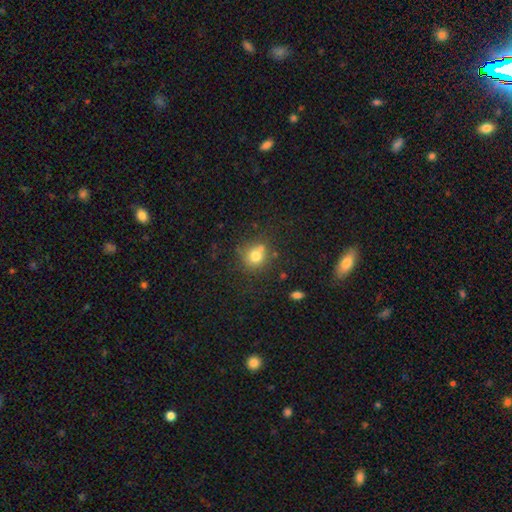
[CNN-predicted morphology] Q: Smooth or featured?
A: smooth (75%); runner-up: star or artifact (14%)
Q: How rounded?
A: round (87%); runner-up: in between (12%)
Q: Merging?
A: none (62%); runner-up: merger (21%)